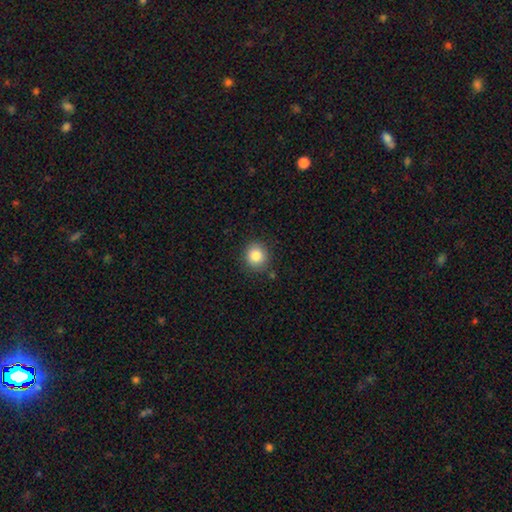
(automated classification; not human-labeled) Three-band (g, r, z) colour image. It shows a smooth galaxy with no disk features (85%) that is round (86%). Merging: none (85%).